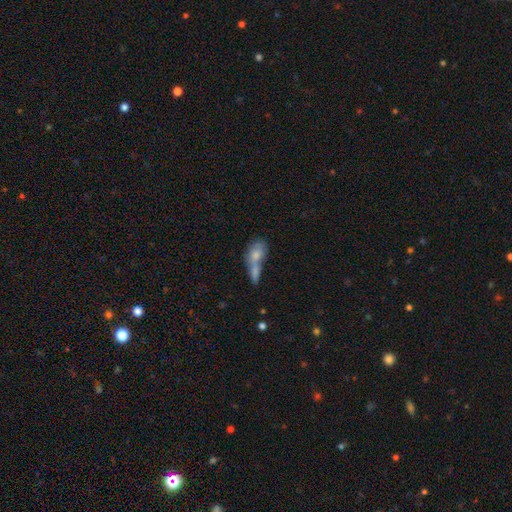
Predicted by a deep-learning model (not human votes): The model was most divided on "merging": merger: 63%, none: 21%, minor disturbance: 9%, major disturbance: 6%. More confident: how rounded — in between (72%); smooth or featured — smooth (71%).